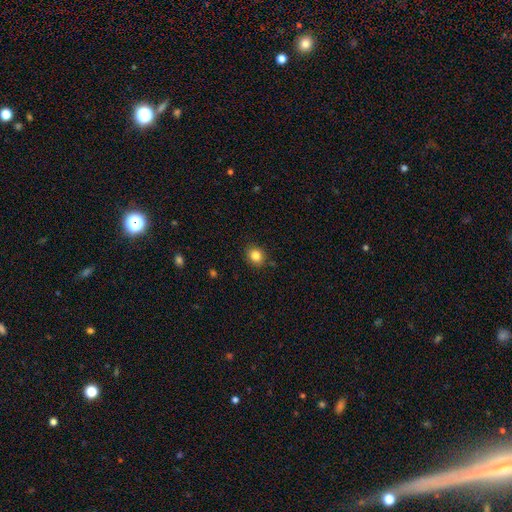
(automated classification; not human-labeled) Morphology: type=smooth (84%); roundness=round (75%); merging=none (88%).